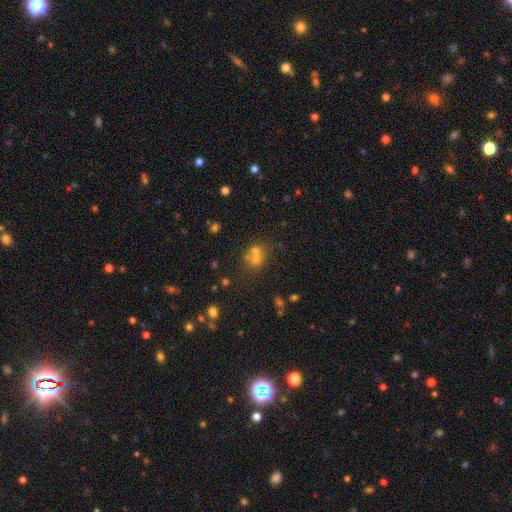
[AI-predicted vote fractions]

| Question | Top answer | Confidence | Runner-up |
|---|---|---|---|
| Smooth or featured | smooth | 58% | star or artifact (23%) |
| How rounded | round | 72% | in between (27%) |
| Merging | merger | 49% | none (37%) |